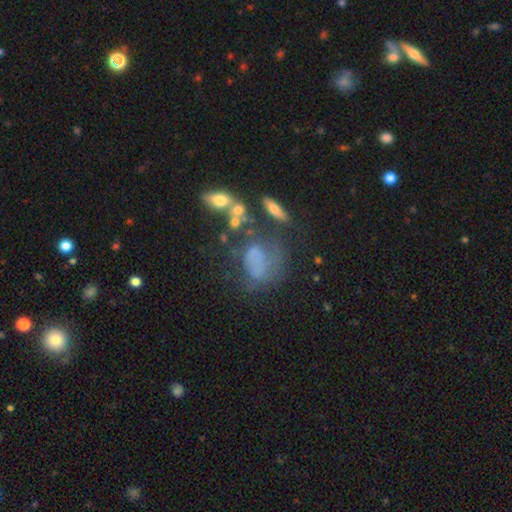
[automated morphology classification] The model was most divided on "smooth or featured": smooth: 39%, featured or disk: 38%, star or artifact: 23%. Remaining: merging — none (34%).